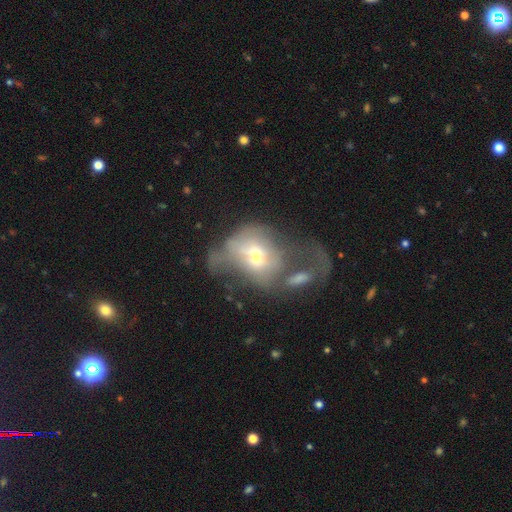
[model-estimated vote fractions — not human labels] smooth_or_featured: featured or disk (p=0.53) [alt: smooth p=0.36]
disk_edge_on: no (p=0.93) [alt: yes p=0.07]
merging: major disturbance (p=0.42) [alt: merger p=0.36]